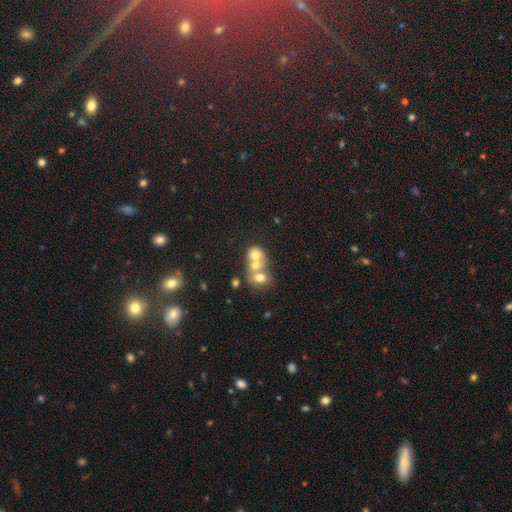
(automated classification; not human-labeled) Smooth or featured: smooth — 64% (featured or disk — 25%)
How rounded: round — 61% (in between — 38%)
Merging: merger — 69% (none — 21%)